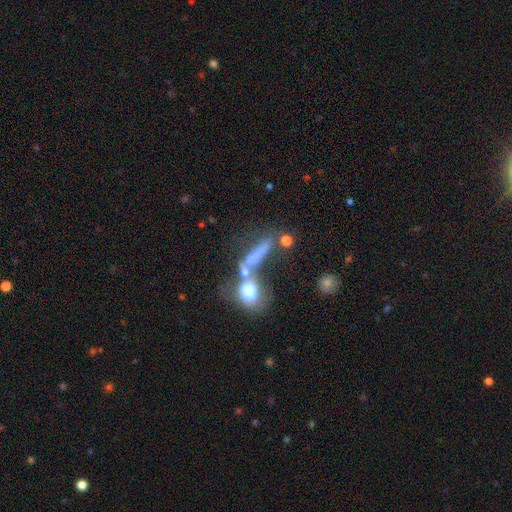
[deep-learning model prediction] A smooth galaxy with no disk features (56%) that is cigar-shaped (49%).

Vote fractions:
- Smooth or featured? smooth: 56% / featured or disk: 28% / star or artifact: 16%
- How rounded? cigar-shaped: 49% / in between: 33% / round: 18%
- Merging? merger: 41% / none: 29% / major disturbance: 17% / minor disturbance: 12%